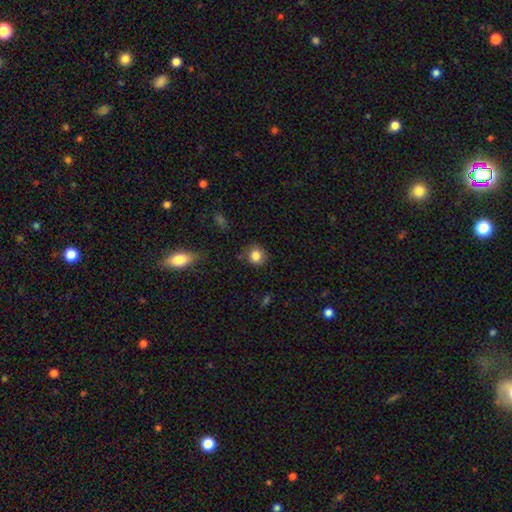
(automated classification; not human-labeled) smooth 83%, star or artifact 10%, featured or disk 6%. Down the decision tree: how rounded — round (83%); merging — none (80%).